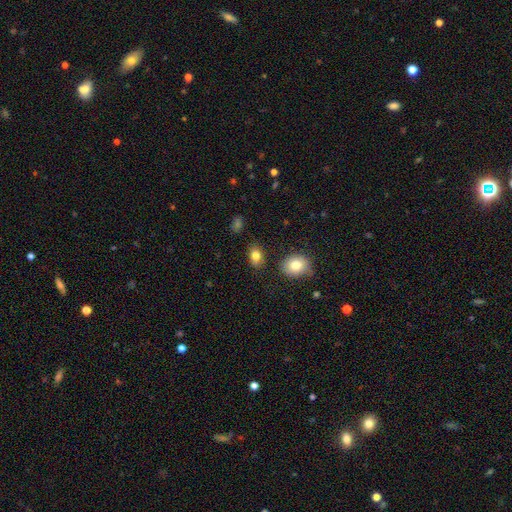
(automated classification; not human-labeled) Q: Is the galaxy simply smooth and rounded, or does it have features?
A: smooth — 82%.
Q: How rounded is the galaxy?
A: in between — 79%.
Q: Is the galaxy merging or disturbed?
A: none — 81%.